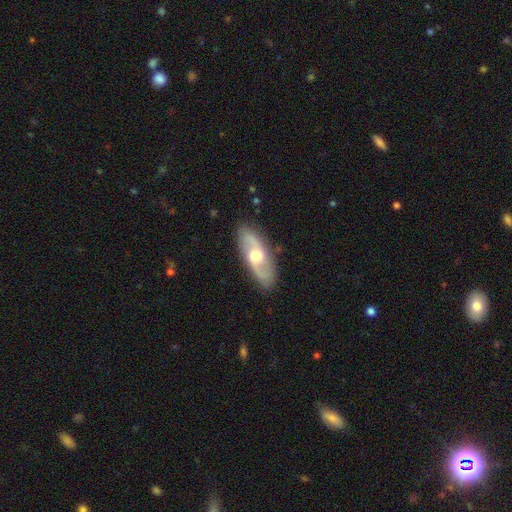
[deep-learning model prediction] Smooth or featured?
  - featured or disk: 74% *
  - smooth: 20%
  - star or artifact: 6%
Edge-on disk?
  - no: 87% *
  - yes: 13%
Bar?
  - no: 52% *
  - weak: 38%
  - strong: 10%
Spiral arms?
  - yes: 87% *
  - no: 13%
Spiral winding?
  - medium: 43% *
  - loose: 41%
  - tight: 16%
Spiral arm count?
  - 2: 89% *
  - can't tell: 6%
  - 1: 1%
  - 3: 1%
  - 4: 1%
  - more than 4: 1%
Bulge size?
  - moderate: 63% *
  - large: 25%
  - small: 9%
  - none: 2%
  - dominant: 2%
Merging?
  - none: 86% *
  - minor disturbance: 10%
  - major disturbance: 3%
  - merger: 1%